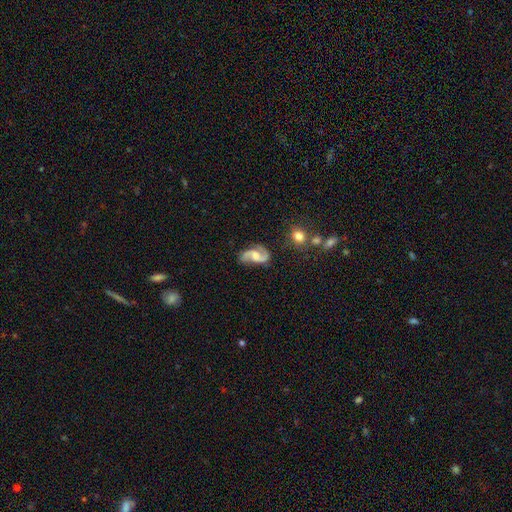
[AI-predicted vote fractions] This is clearly a featured or disk galaxy (87%). It is clearly not viewed edge-on (98%). Bar: possibly no (45%). Spiral arm pattern: clearly yes (97%). Spiral arm count: clearly 2 (93%). Spiral winding: possibly loose (52%). Central bulge: possibly moderate (47%). Merging: likely none (72%).